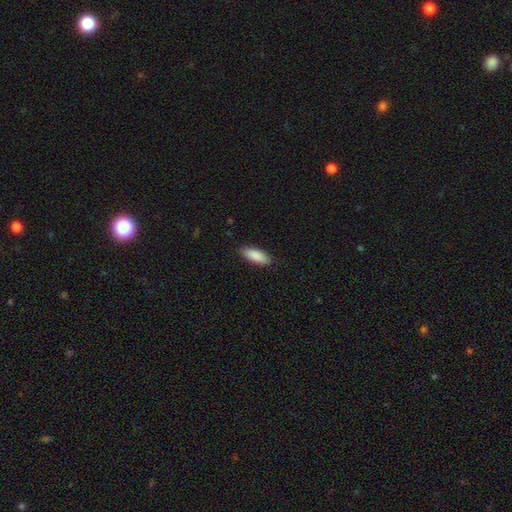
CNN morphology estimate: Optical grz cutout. It shows a smooth galaxy with no disk features (90%) that is in between round and cigar-shaped (72%). Merging: none (88%).